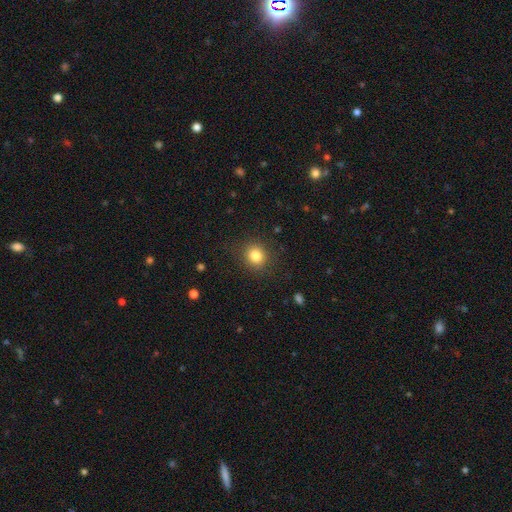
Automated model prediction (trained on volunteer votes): A smooth galaxy with no disk features (83%) that is round (81%). Merging: none (86%).